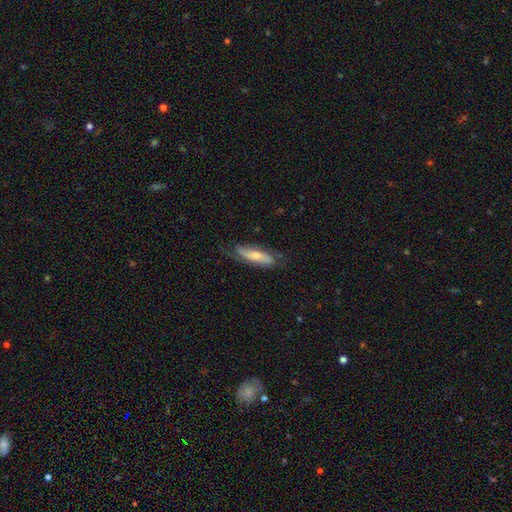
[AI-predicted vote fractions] smooth_or_featured: featured or disk (p=0.50) [alt: smooth p=0.43]
merging: none (p=0.66) [alt: minor disturbance p=0.24]